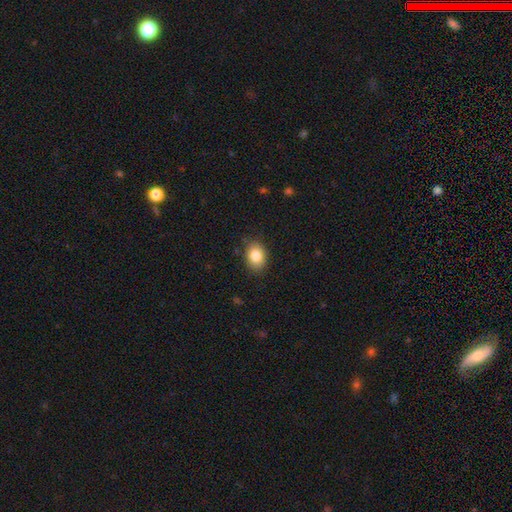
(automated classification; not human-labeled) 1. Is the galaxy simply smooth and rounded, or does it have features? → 84% smooth, 9% star or artifact, 7% featured or disk.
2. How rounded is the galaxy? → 66% in between, 33% round, 1% cigar-shaped.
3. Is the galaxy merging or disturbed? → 82% none, 14% minor disturbance, 3% major disturbance, 1% merger.